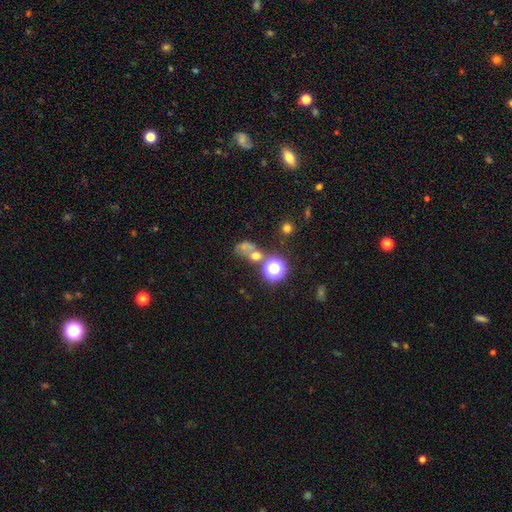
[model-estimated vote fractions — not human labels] smooth 49%, star or artifact 34%, featured or disk 17%. Down the decision tree: merging — merger (38%).